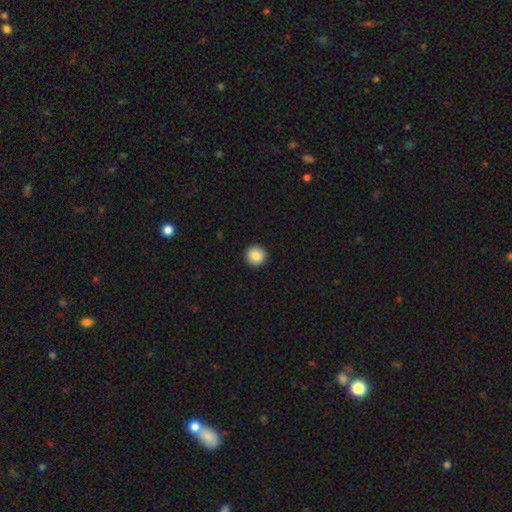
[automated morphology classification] Smooth or featured: smooth — 88% (star or artifact — 8%)
How rounded: round — 91% (in between — 8%)
Merging: none — 93% (minor disturbance — 5%)